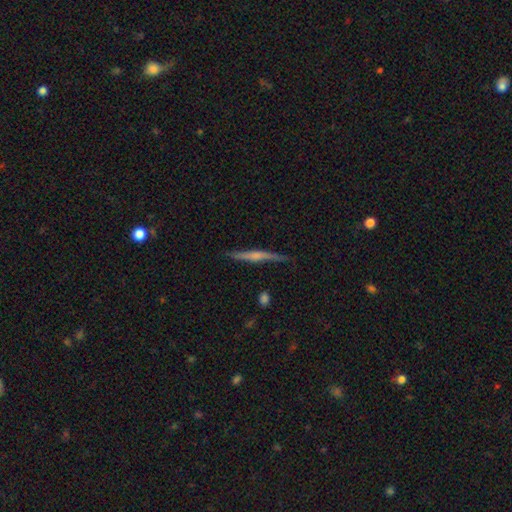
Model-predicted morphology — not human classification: Q: Smooth or featured?
A: featured or disk (66%); runner-up: smooth (28%)
Q: Edge-on disk?
A: yes (97%); runner-up: no (3%)
Q: Edge-on bulge?
A: rounded (60%); runner-up: none (23%)
Q: Merging?
A: none (84%); runner-up: minor disturbance (12%)